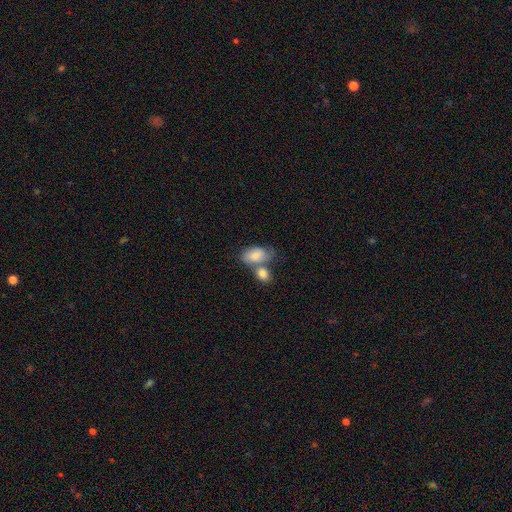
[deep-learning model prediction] Smooth or featured? smooth (80%)
How rounded? in between (90%)
Merging? merger (48%)